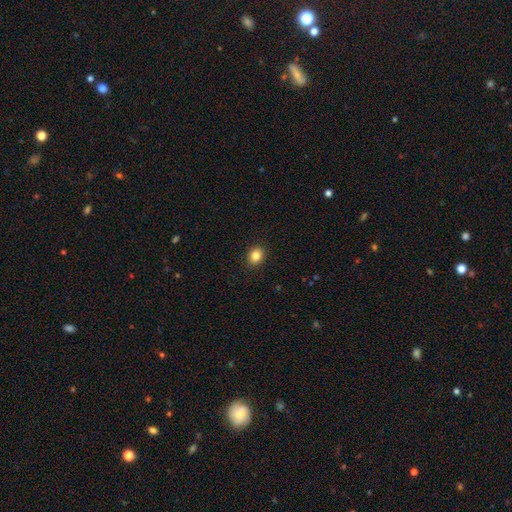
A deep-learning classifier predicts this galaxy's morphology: Smooth or featured: smooth — 85% (star or artifact — 10%)
How rounded: round — 52% (in between — 47%)
Merging: none — 91% (minor disturbance — 7%)